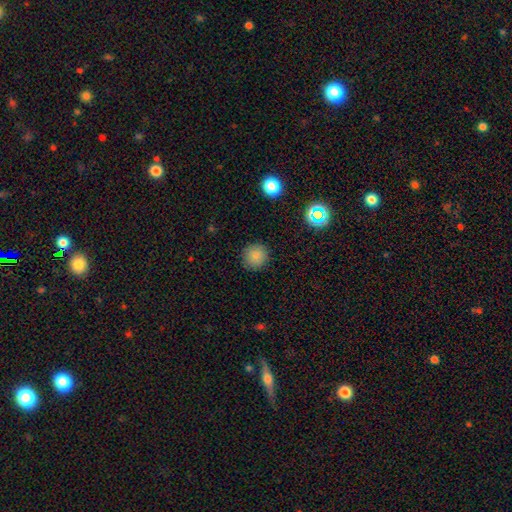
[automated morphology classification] A smooth galaxy with no disk features (84%) that is round (93%). Merging: none (90%).